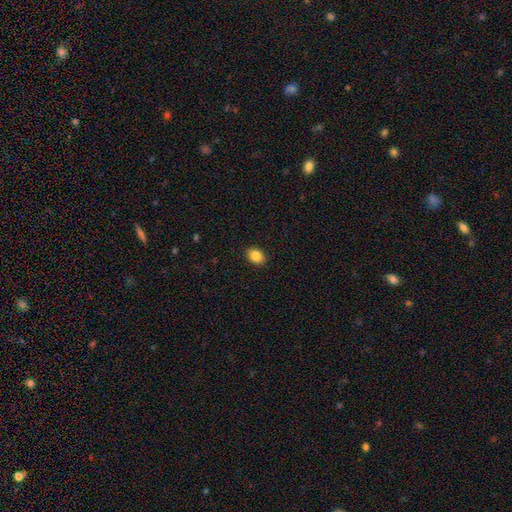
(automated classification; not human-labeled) smooth 86%, star or artifact 9%, featured or disk 5%. Down the decision tree: how rounded — in between (73%); merging — none (90%).